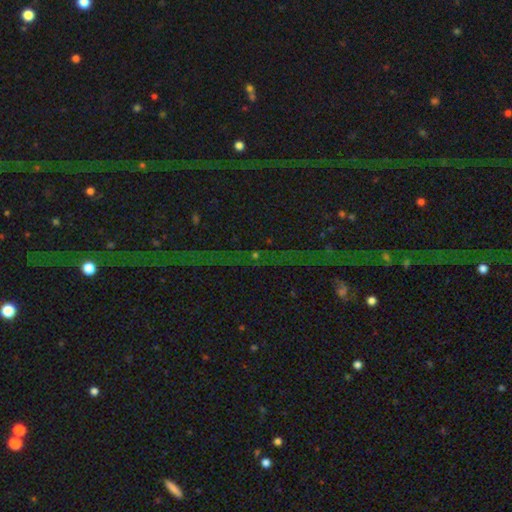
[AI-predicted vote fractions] Q: Smooth or featured?
A: star or artifact (71%); runner-up: featured or disk (15%)